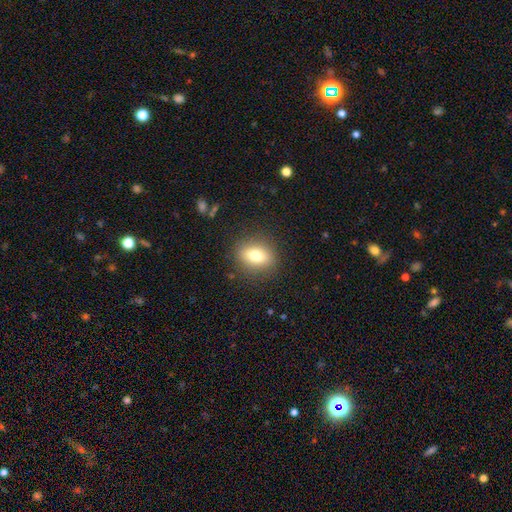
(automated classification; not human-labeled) smooth_or_featured: smooth (p=0.75) [alt: featured or disk p=0.15]
how_rounded: in between (p=0.53) [alt: round p=0.45]
merging: none (p=0.87) [alt: minor disturbance p=0.09]